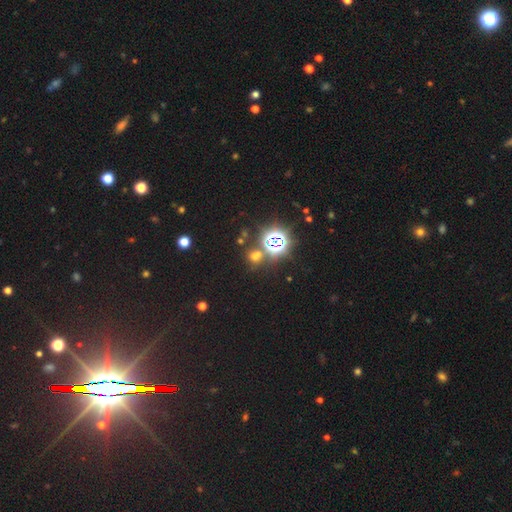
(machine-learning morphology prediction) A star or artifact, not a galaxy (54%).

Vote fractions:
- Smooth or featured? star or artifact: 54% / smooth: 39% / featured or disk: 7%